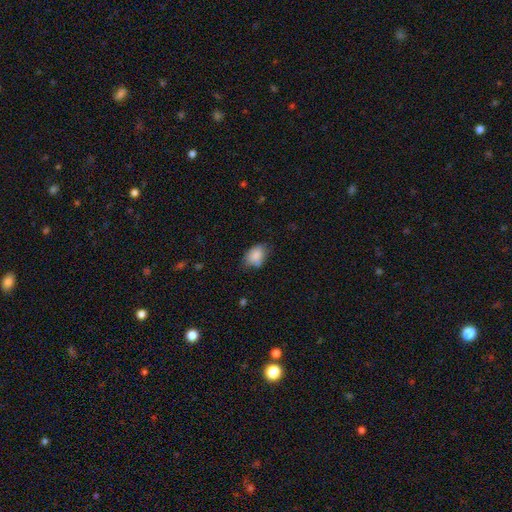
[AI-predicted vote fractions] smooth 85%, star or artifact 8%, featured or disk 8%. Down the decision tree: how rounded — in between (83%); merging — none (61%).